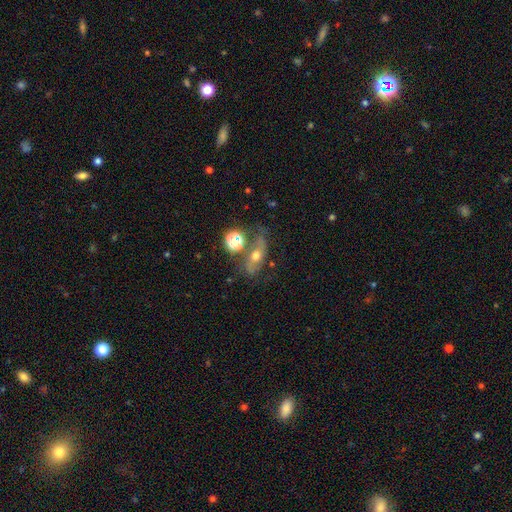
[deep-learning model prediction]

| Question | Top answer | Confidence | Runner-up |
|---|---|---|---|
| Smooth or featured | featured or disk | 50% | smooth (33%) |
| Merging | none | 53% | minor disturbance (21%) |